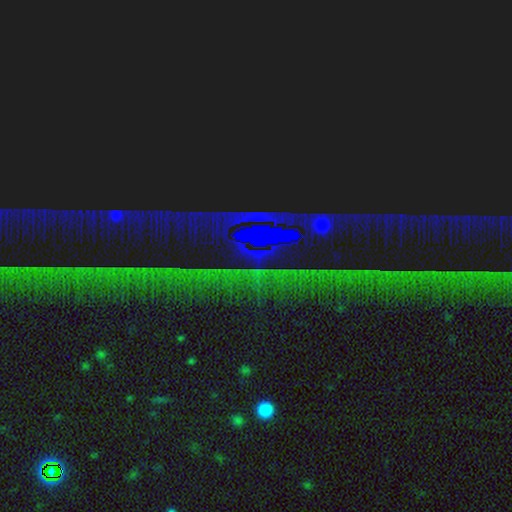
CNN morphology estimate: Smooth or featured: star or artifact — 79% (featured or disk — 12%)